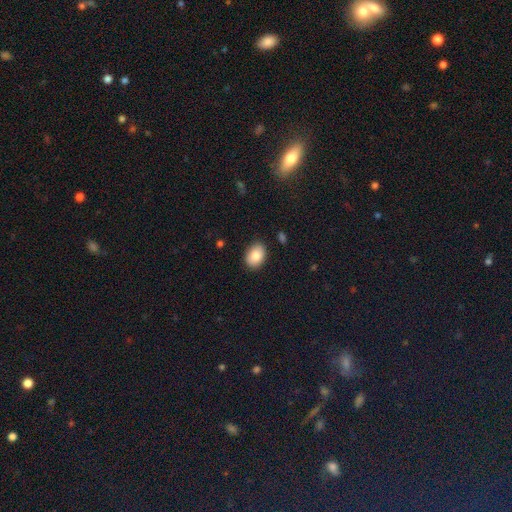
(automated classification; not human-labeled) smooth_or_featured: smooth (p=0.83) [alt: featured or disk p=0.09]
how_rounded: in between (p=0.74) [alt: round p=0.25]
merging: none (p=0.88) [alt: minor disturbance p=0.09]